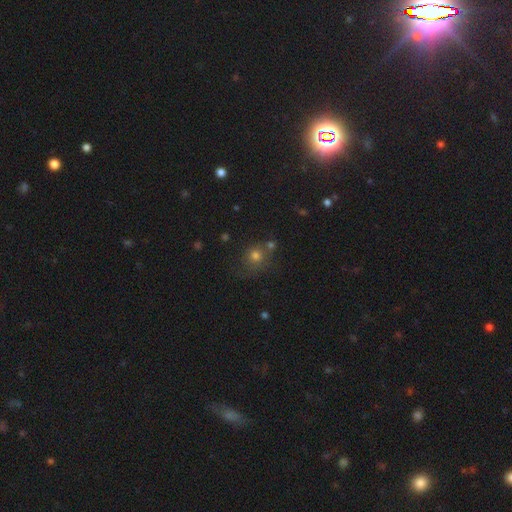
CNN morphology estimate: A smooth galaxy with no disk features (73%) that is round (82%). Merging: none (62%).